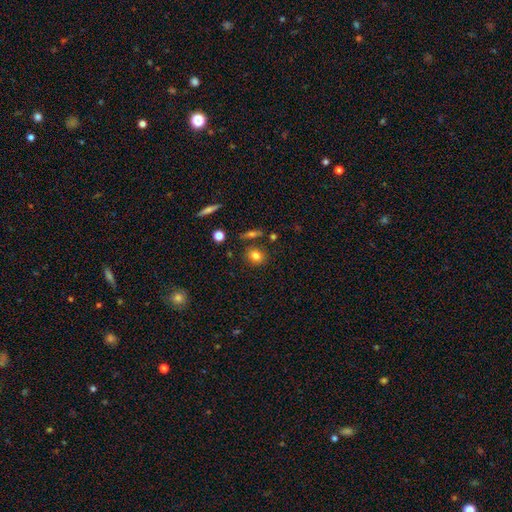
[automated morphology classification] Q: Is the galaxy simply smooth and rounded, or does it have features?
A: smooth — 80%.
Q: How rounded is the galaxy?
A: round — 70%.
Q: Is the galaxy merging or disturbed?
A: none — 79%.